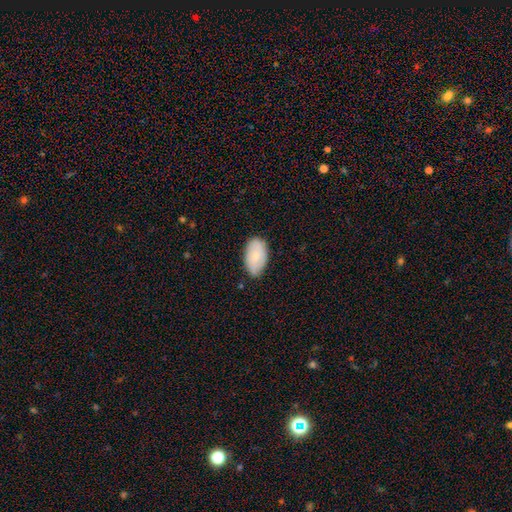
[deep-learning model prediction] The model was most divided on "merging": none: 76%, minor disturbance: 20%, major disturbance: 3%, merger: 1%. More confident: how rounded — in between (94%); smooth or featured — smooth (77%).